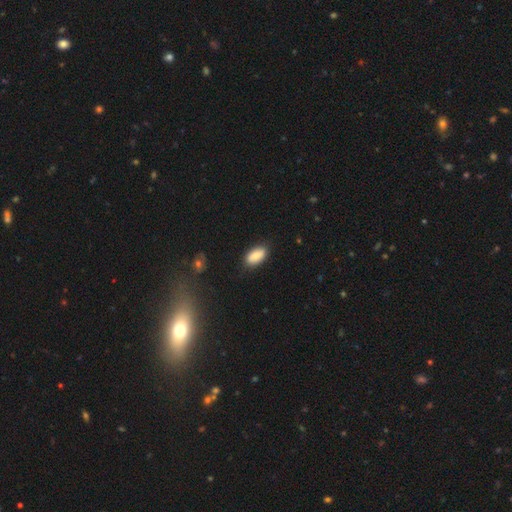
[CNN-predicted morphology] Smooth or featured? Predicted: smooth (p=0.84). How rounded? Predicted: in between (p=0.93). Merging? Predicted: none (p=0.83).